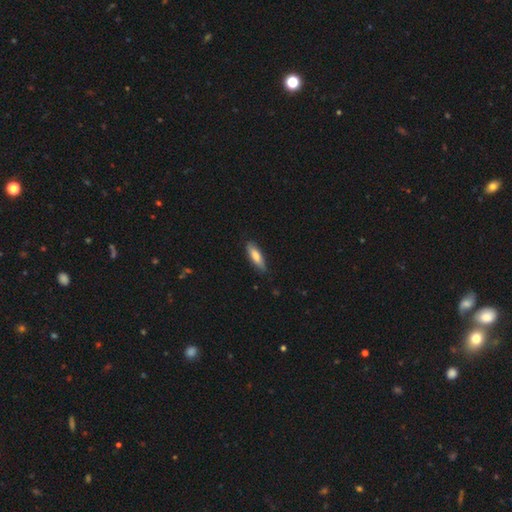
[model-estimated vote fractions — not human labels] Smooth or featured: smooth — 73% (featured or disk — 21%)
How rounded: cigar-shaped — 55% (in between — 43%)
Merging: none — 81% (minor disturbance — 16%)